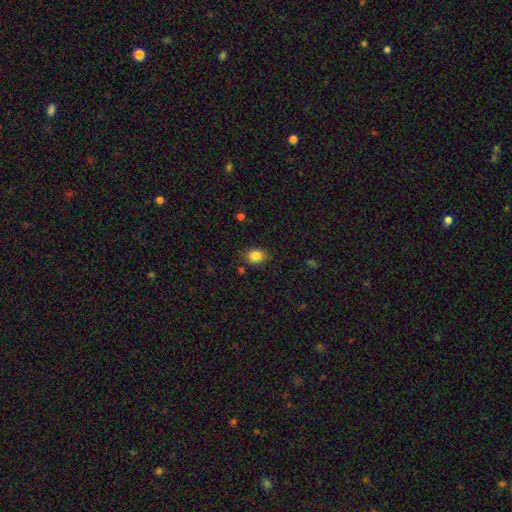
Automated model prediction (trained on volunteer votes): Smooth or featured? smooth (85%)
How rounded? in between (53%)
Merging? none (82%)